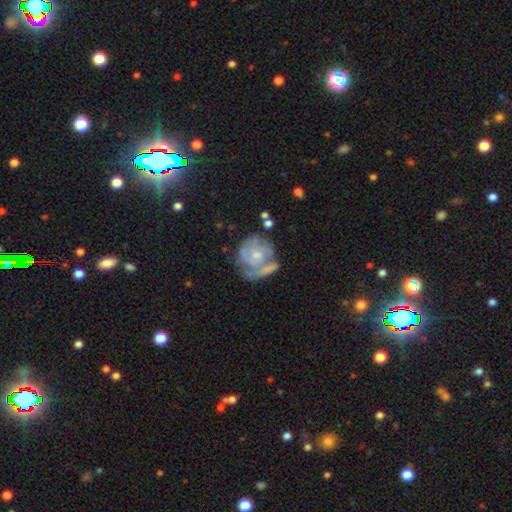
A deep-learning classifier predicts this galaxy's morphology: Q: Smooth or featured?
A: featured or disk (74%); runner-up: smooth (20%)
Q: Edge-on disk?
A: no (98%); runner-up: yes (2%)
Q: Bar?
A: no (72%); runner-up: weak (24%)
Q: Spiral arms?
A: yes (85%); runner-up: no (15%)
Q: Spiral winding?
A: tight (55%); runner-up: medium (34%)
Q: Spiral arm count?
A: can't tell (31%); runner-up: 2 (30%)
Q: Bulge size?
A: small (49%); runner-up: moderate (40%)
Q: Merging?
A: none (50%); runner-up: minor disturbance (22%)